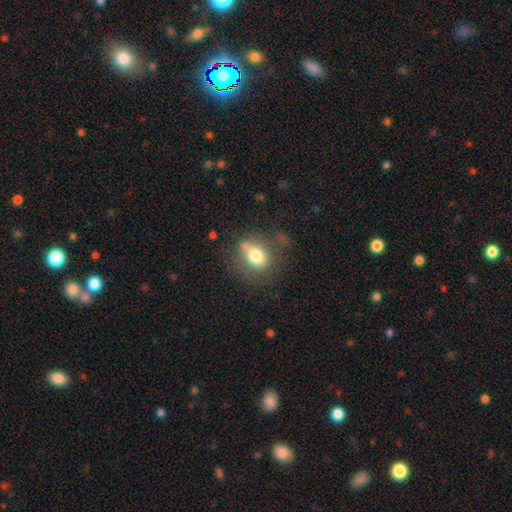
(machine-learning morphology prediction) The model was most divided on "how rounded": in between: 50%, round: 48%, cigar-shaped: 2%. More confident: smooth or featured — smooth (69%); merging — none (51%).